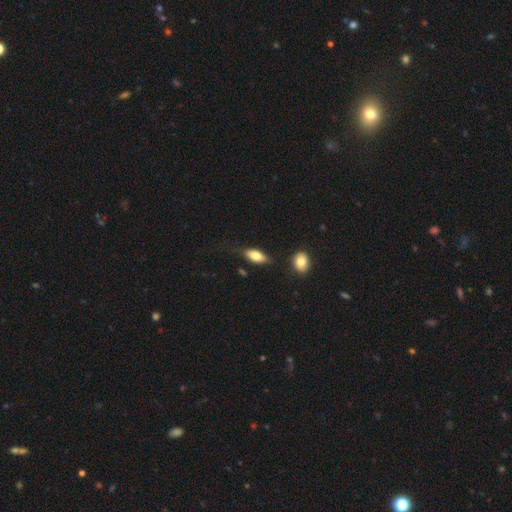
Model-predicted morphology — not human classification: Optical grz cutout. It shows a smooth galaxy with no disk features (77%) that is in between round and cigar-shaped (83%). Merging: none (70%).